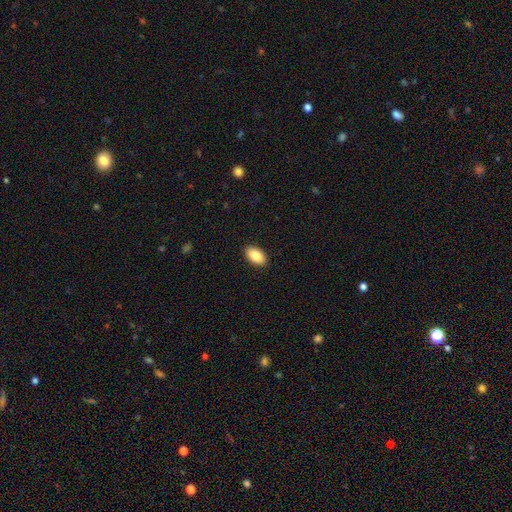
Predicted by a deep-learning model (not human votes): A smooth galaxy with no disk features (88%) that is in between round and cigar-shaped (94%). Merging: none (90%).